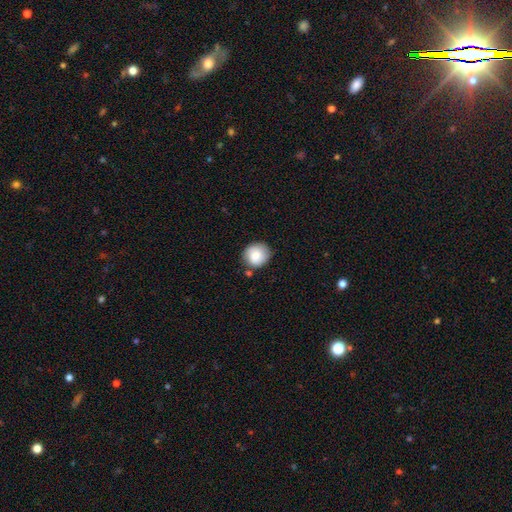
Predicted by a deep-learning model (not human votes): Overall: smooth (81%). How rounded: round (86%). Merging: none (75%).